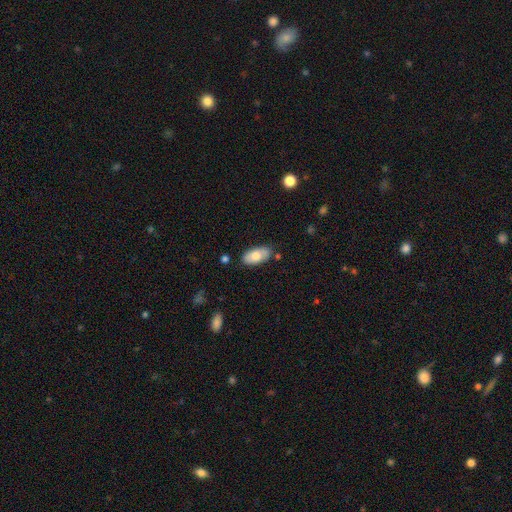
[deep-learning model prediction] Smooth or featured? Predicted: smooth (p=0.73). How rounded? Predicted: in between (p=0.93). Merging? Predicted: none (p=0.80).